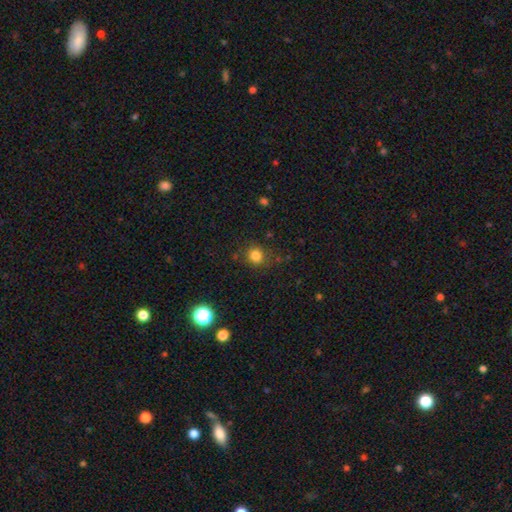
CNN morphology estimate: Smooth or featured?
  - smooth: 81% *
  - star or artifact: 14%
  - featured or disk: 5%
How rounded?
  - round: 86% *
  - in between: 13%
  - cigar-shaped: 1%
Merging?
  - none: 84% *
  - minor disturbance: 11%
  - major disturbance: 4%
  - merger: 2%